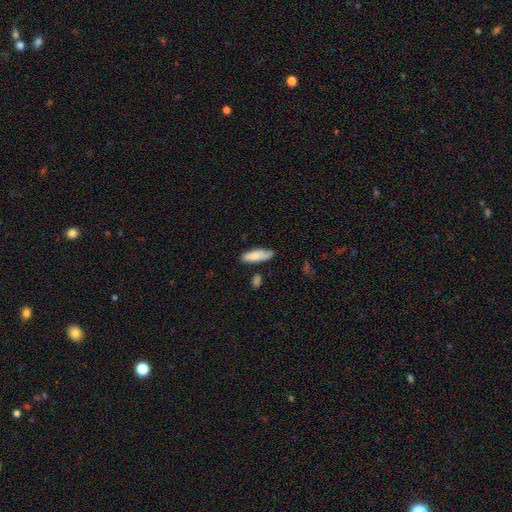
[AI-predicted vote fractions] A smooth galaxy with no disk features (74%) that is in between round and cigar-shaped (58%). Merging: none (71%).